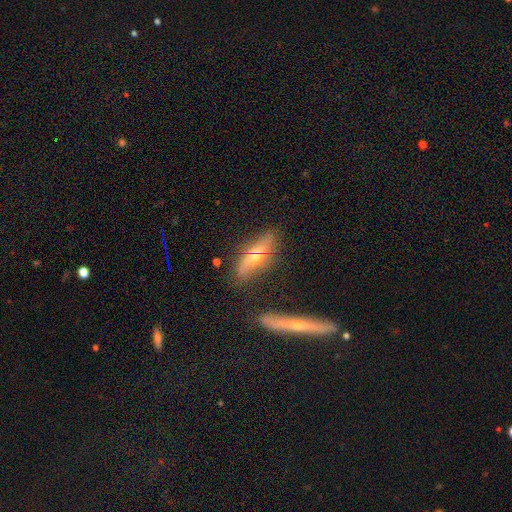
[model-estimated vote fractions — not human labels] This is likely a featured or disk galaxy (61%). It is likely viewed edge-on (79%). Merging: likely none (72%).